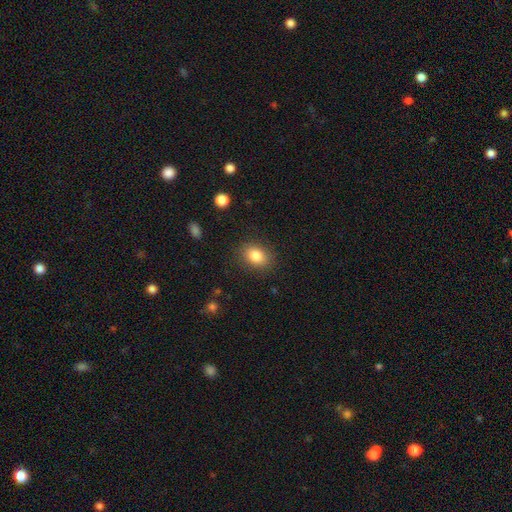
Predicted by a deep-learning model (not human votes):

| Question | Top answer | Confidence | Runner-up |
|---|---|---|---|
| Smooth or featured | smooth | 84% | star or artifact (9%) |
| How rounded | in between | 70% | round (29%) |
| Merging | none | 86% | minor disturbance (9%) |